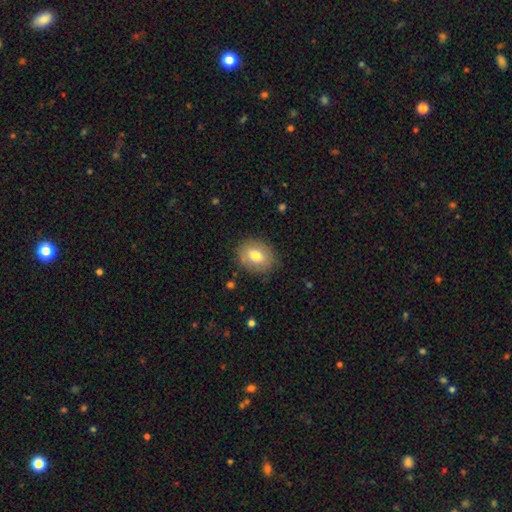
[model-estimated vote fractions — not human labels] Smooth or featured?
  - smooth: 74% *
  - featured or disk: 17%
  - star or artifact: 8%
How rounded?
  - in between: 51% *
  - round: 48%
  - cigar-shaped: 1%
Merging?
  - none: 83% *
  - minor disturbance: 12%
  - major disturbance: 3%
  - merger: 1%